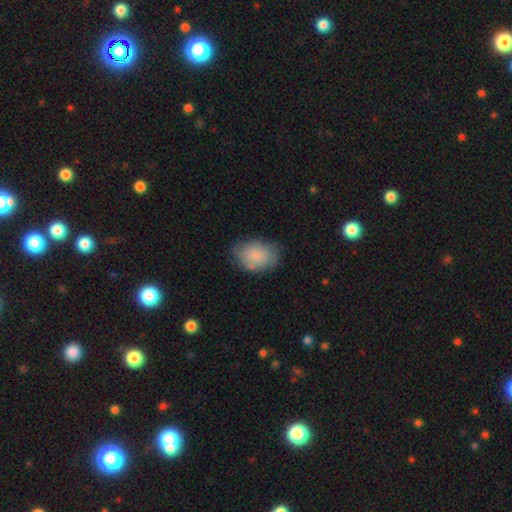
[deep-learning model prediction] Smooth or featured: smooth — 81% (featured or disk — 12%)
How rounded: in between — 80% (round — 18%)
Merging: none — 68% (minor disturbance — 24%)